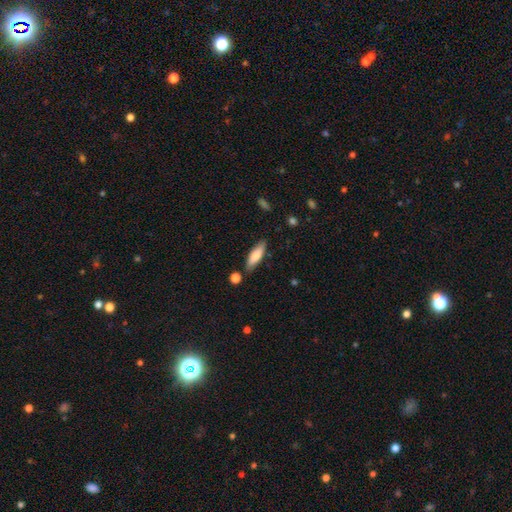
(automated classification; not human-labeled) Q: Smooth or featured?
A: smooth (77%); runner-up: featured or disk (17%)
Q: How rounded?
A: cigar-shaped (50%); runner-up: in between (48%)
Q: Merging?
A: none (80%); runner-up: minor disturbance (14%)